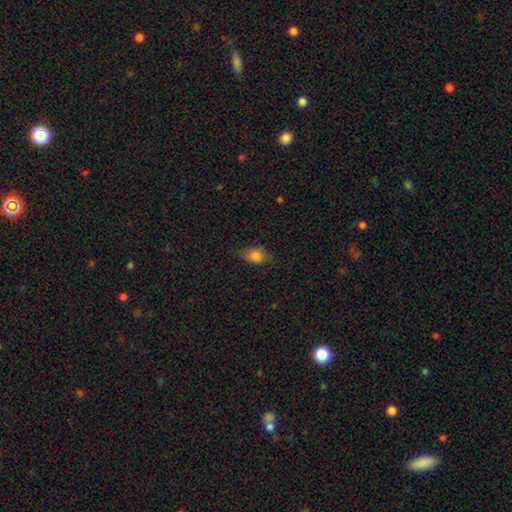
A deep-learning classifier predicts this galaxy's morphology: smooth 80%, featured or disk 11%, star or artifact 10%. Down the decision tree: how rounded — in between (77%); merging — none (63%).